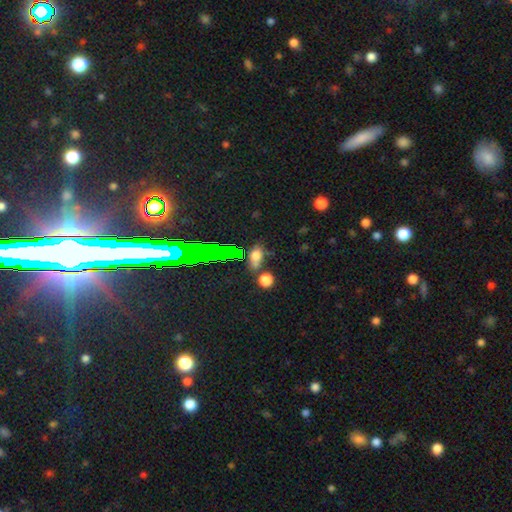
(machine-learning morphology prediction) Smooth or featured? Predicted: smooth (p=0.64). How rounded? Predicted: in between (p=0.62). Merging? Predicted: none (p=0.57).